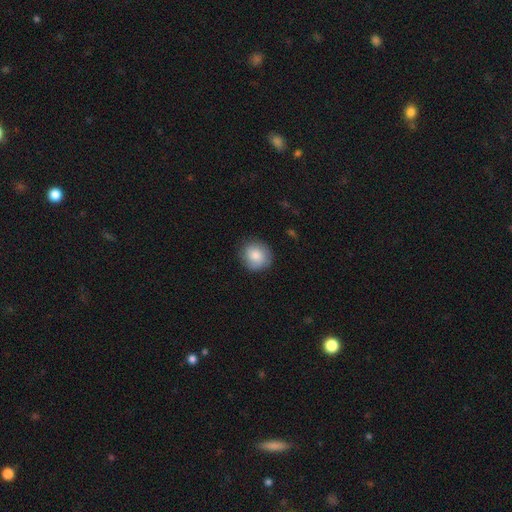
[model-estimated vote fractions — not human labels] This is clearly a smooth galaxy (82%). How rounded: clearly round (89%). Merging: clearly none (84%).